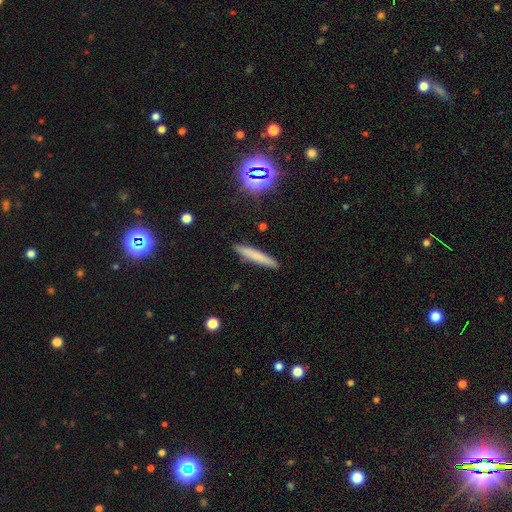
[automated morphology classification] Q: Smooth or featured?
A: smooth (70%); runner-up: featured or disk (19%)
Q: How rounded?
A: cigar-shaped (94%); runner-up: in between (5%)
Q: Merging?
A: none (90%); runner-up: minor disturbance (7%)